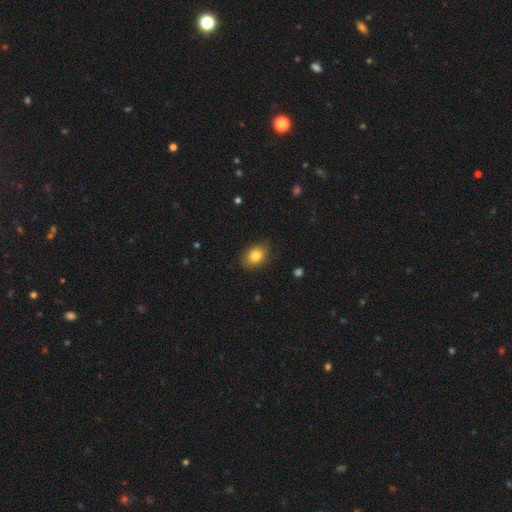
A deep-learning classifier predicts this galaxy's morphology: Overall: smooth (83%). How rounded: in between (61%; round 38%). Merging: none (84%).